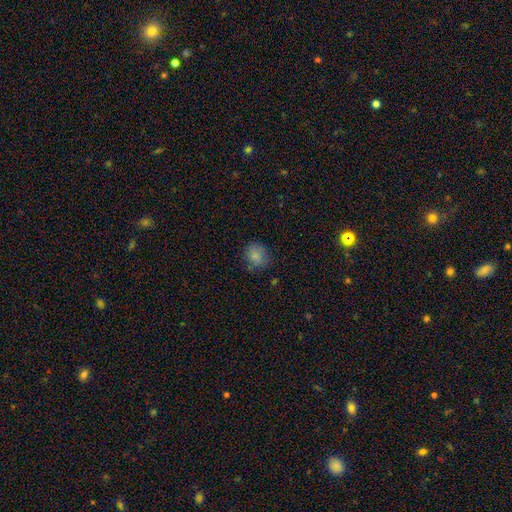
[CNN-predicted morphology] Smooth or featured: smooth — 81% (star or artifact — 11%)
How rounded: round — 73% (in between — 27%)
Merging: none — 75% (minor disturbance — 18%)